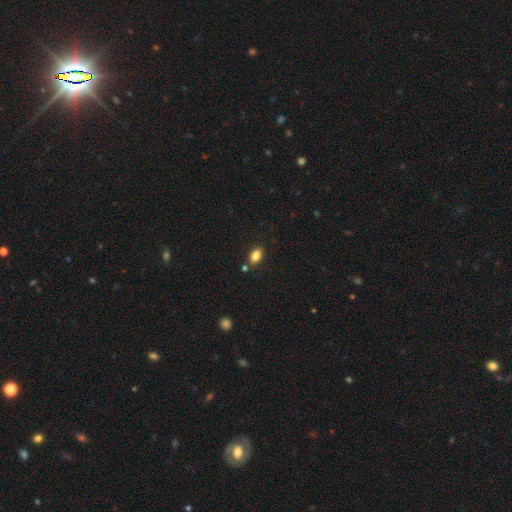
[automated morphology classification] Q: Smooth or featured?
A: smooth (84%); runner-up: star or artifact (9%)
Q: How rounded?
A: in between (89%); runner-up: round (8%)
Q: Merging?
A: none (80%); runner-up: minor disturbance (10%)